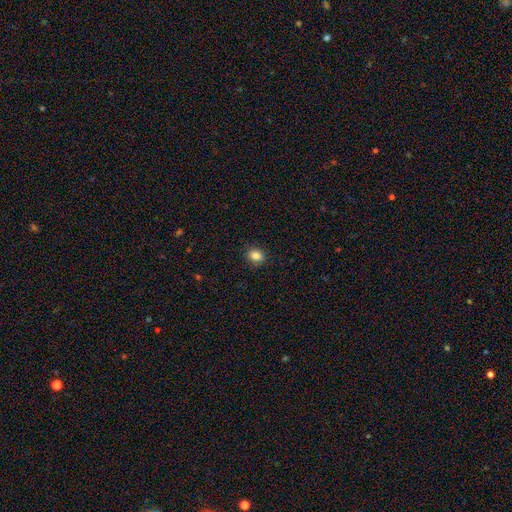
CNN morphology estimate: This appears to be a smooth galaxy with no disk features (85%) that is in between round and cigar-shaped (51%). Merging: none (89%).